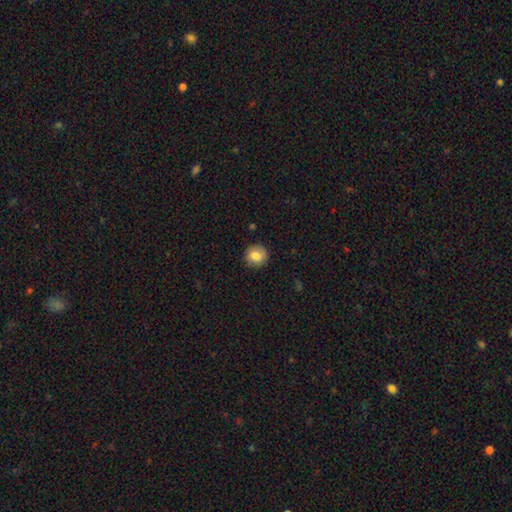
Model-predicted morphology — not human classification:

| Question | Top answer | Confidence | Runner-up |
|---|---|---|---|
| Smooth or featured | smooth | 82% | featured or disk (9%) |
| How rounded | round | 89% | in between (10%) |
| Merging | none | 88% | minor disturbance (9%) |